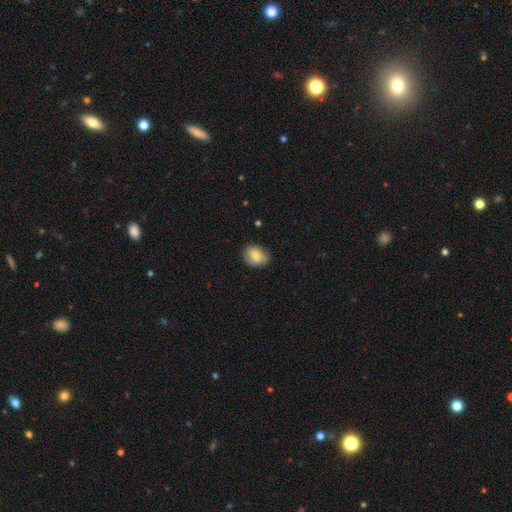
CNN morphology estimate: A smooth galaxy with no disk features (71%) that is in between round and cigar-shaped (60%). Merging: none (77%).